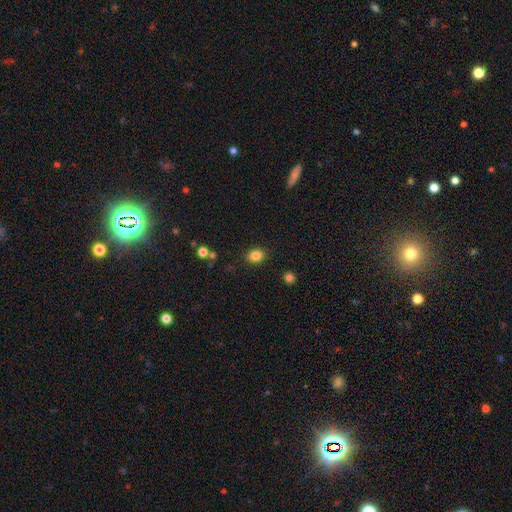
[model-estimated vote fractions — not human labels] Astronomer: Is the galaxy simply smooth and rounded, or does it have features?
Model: smooth — 84%.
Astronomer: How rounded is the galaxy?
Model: in between — 51% (runner-up: round, 48%).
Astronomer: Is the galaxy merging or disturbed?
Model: none — 88%.